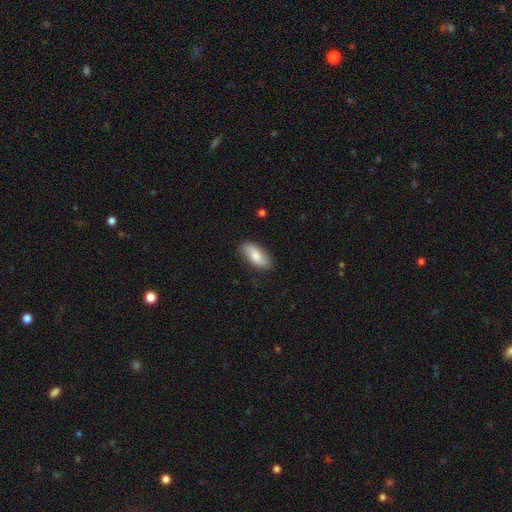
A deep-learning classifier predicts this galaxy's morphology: This appears to be a smooth galaxy with no disk features (73%) that is in between round and cigar-shaped (88%). Merging: none (83%).